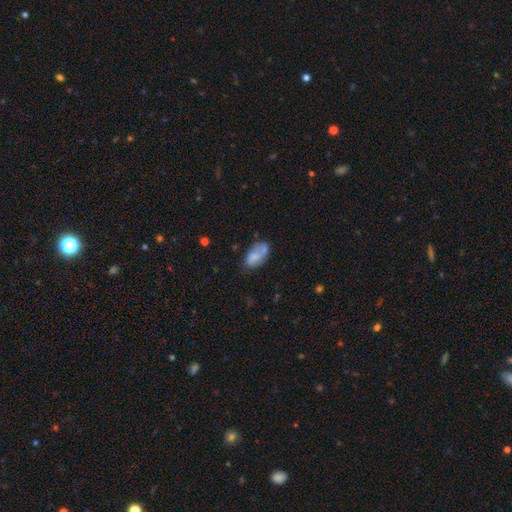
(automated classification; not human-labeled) This appears to be a smooth galaxy with no disk features (71%) that is in between round and cigar-shaped (92%). Merging: none (47%).